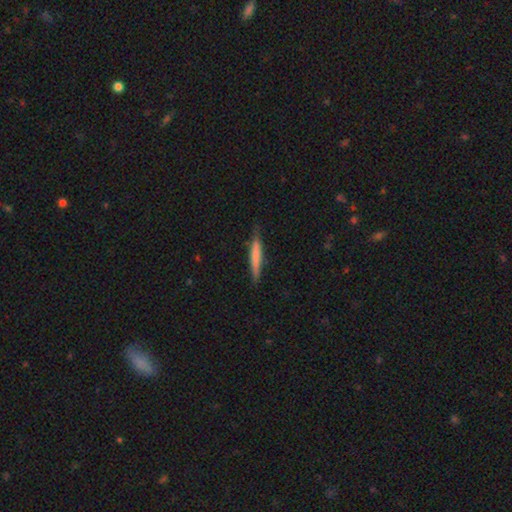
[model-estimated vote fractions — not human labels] This appears to be a smooth galaxy with no disk features (66%) that is cigar-shaped (93%). Merging: none (79%).